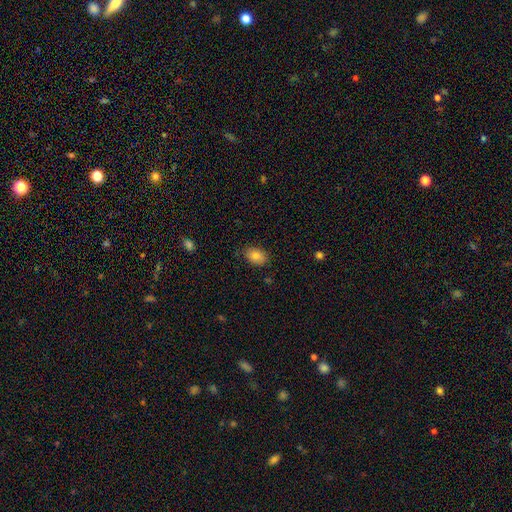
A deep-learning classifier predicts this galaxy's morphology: Smooth or featured: smooth — 85% (star or artifact — 8%)
How rounded: in between — 80% (round — 19%)
Merging: none — 83% (minor disturbance — 13%)